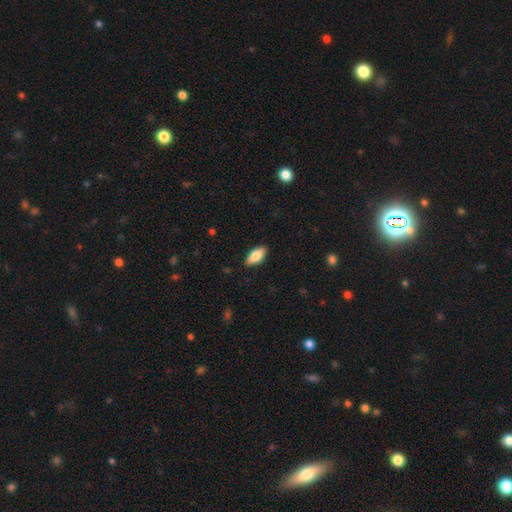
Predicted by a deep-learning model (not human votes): The model was most divided on "smooth or featured": smooth: 75%, featured or disk: 19%, star or artifact: 7%. More confident: merging — none (88%); how rounded — in between (86%).